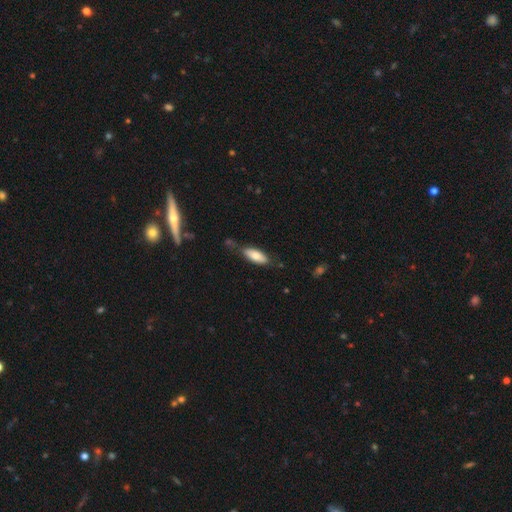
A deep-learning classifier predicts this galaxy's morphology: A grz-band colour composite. It shows a smooth galaxy with no disk features (76%) that is in between round and cigar-shaped (73%). Merging: none (68%).